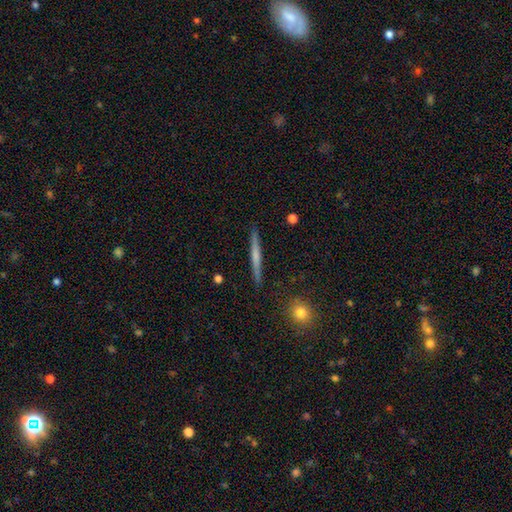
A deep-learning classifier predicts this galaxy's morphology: Smooth or featured? featured or disk (49%)
Merging? none (91%)